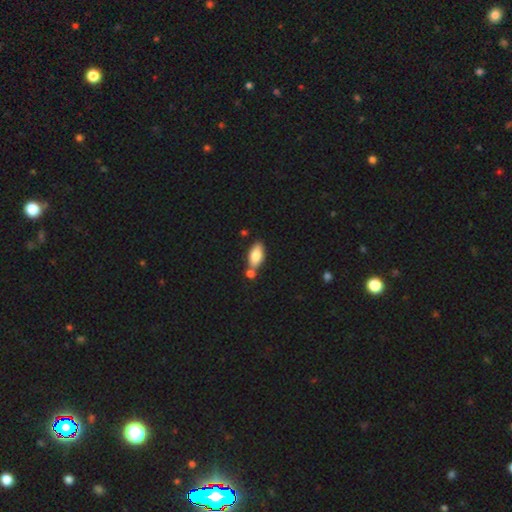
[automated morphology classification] type=smooth (84%); roundness=in between (91%); merging=none (57%).